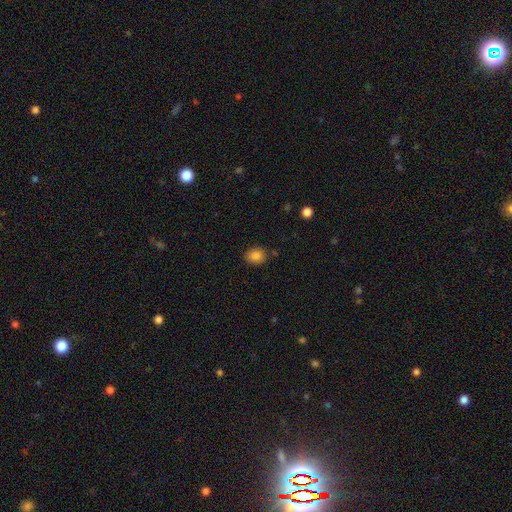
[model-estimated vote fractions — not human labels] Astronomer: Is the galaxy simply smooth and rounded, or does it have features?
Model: smooth — 85%.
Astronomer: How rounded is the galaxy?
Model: round — 62%.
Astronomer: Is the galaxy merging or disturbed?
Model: none — 84%.